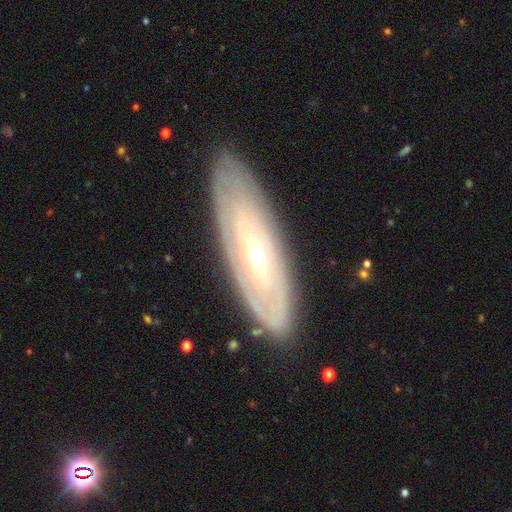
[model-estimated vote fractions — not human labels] A featured or disk galaxy (77%) with no bar (58%), spiral arms (68%) and a moderate central bulge (57%). Merging: none (85%).